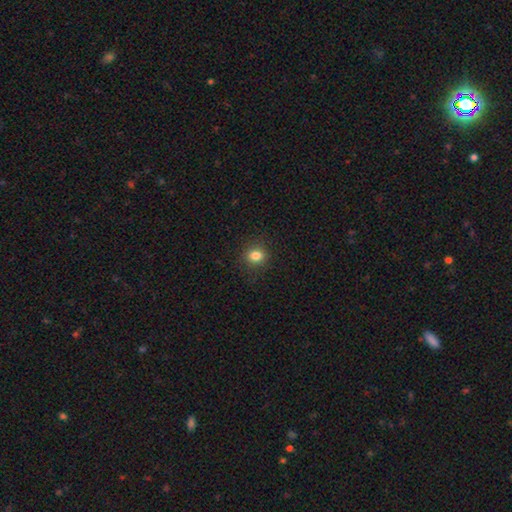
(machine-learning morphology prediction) smooth 83%, star or artifact 12%, featured or disk 6%. Down the decision tree: how rounded — round (68%); merging — none (88%).